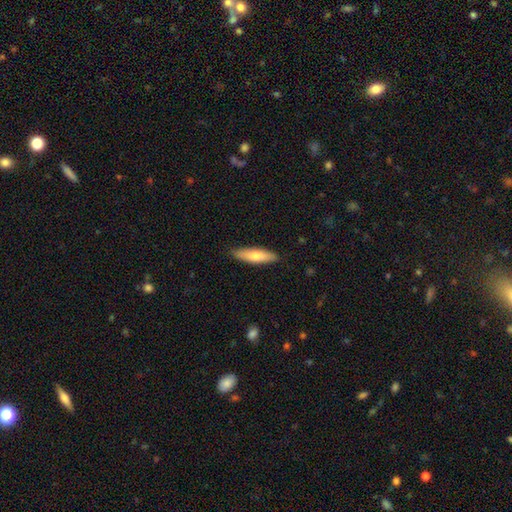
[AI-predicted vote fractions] A smooth galaxy with no disk features (74%) that is cigar-shaped (66%).

Vote fractions:
- Smooth or featured? smooth: 74% / featured or disk: 21% / star or artifact: 5%
- How rounded? cigar-shaped: 66% / in between: 33% / round: 2%
- Merging? none: 87% / minor disturbance: 10% / major disturbance: 2% / merger: 1%